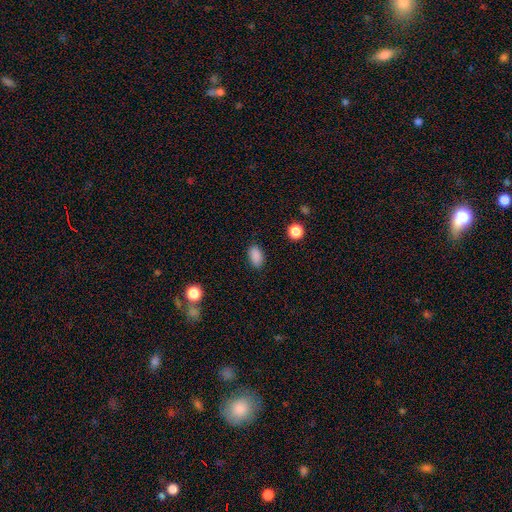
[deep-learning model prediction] A smooth galaxy with no disk features (88%) that is in between round and cigar-shaped (90%). Merging: none (87%).